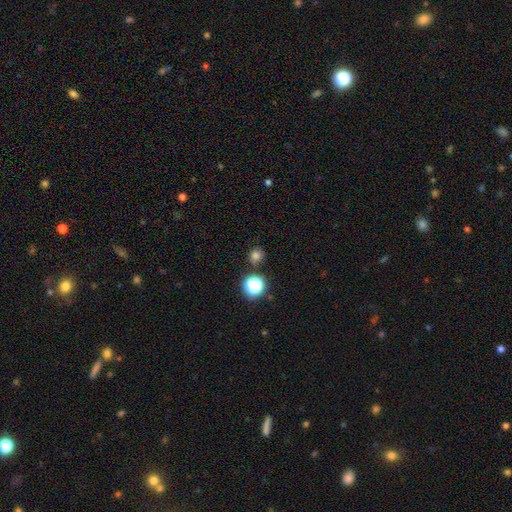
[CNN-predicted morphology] smooth-or-featured: smooth: 75% | star or artifact: 20% | featured or disk: 5%
  how-rounded: round: 91% | in between: 8% | cigar-shaped: 1%
  merging: none: 83% | minor disturbance: 9% | merger: 5% | major disturbance: 3%